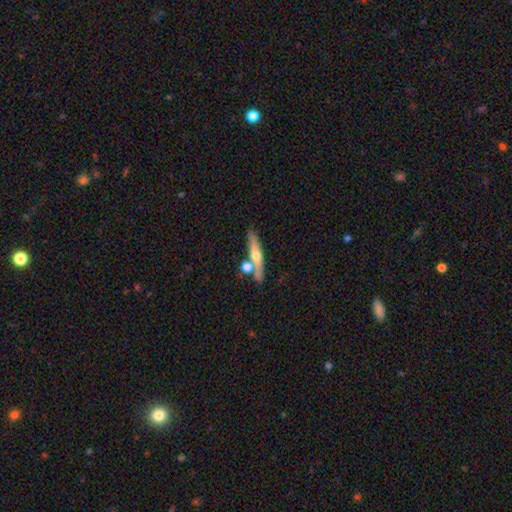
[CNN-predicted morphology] type=featured or disk (49%); merging=none (70%).